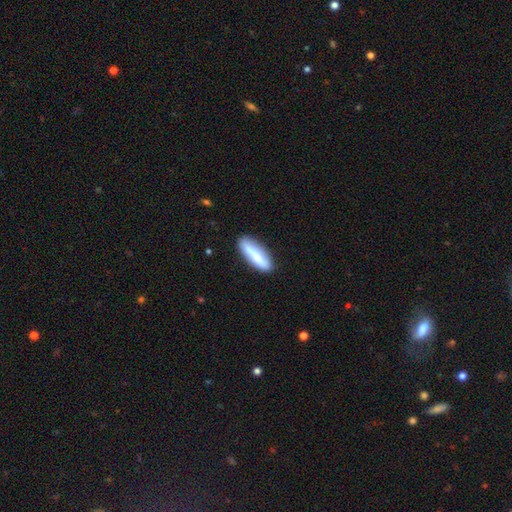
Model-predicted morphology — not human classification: This is likely a smooth galaxy (72%). How rounded: possibly cigar-shaped (59%). Merging: clearly none (83%).